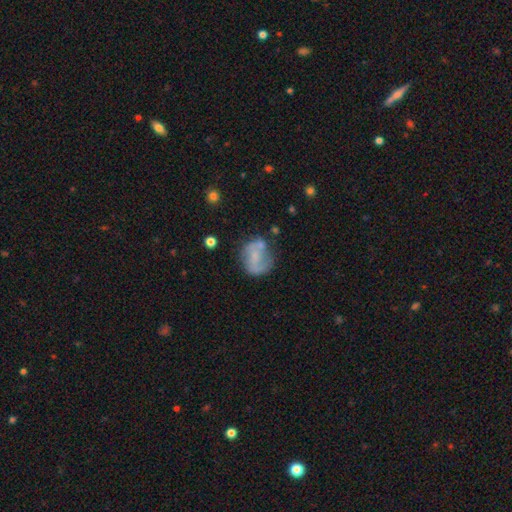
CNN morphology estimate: Overall: featured or disk (48%; smooth 42%). Merging: none (50%; minor disturbance 26%).